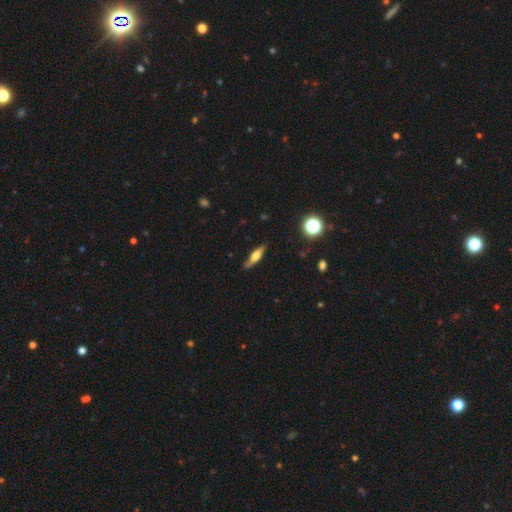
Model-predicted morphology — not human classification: This is possibly a featured or disk galaxy (48%). Merging: clearly none (81%).